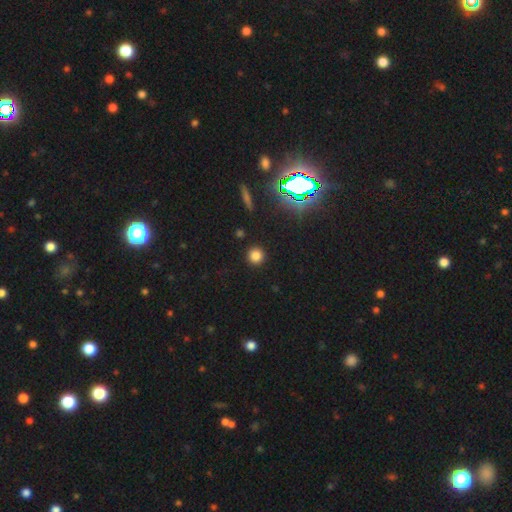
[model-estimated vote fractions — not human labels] Smooth or featured: smooth — 79% (star or artifact — 16%)
How rounded: round — 94% (in between — 5%)
Merging: none — 91% (minor disturbance — 5%)